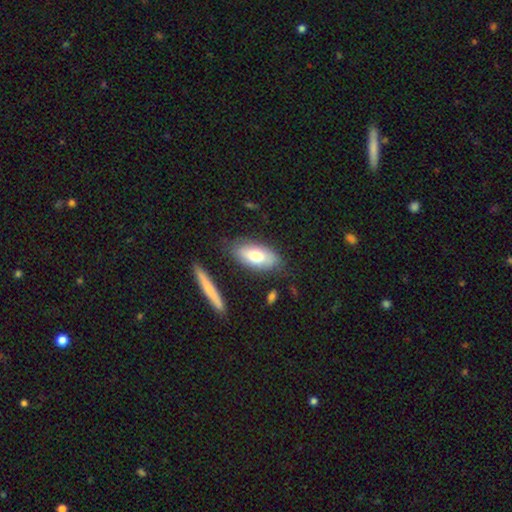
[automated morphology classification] Smooth or featured?
  - smooth: 68% *
  - featured or disk: 26%
  - star or artifact: 6%
How rounded?
  - in between: 86% *
  - cigar-shaped: 11%
  - round: 3%
Merging?
  - none: 76% *
  - minor disturbance: 16%
  - major disturbance: 4%
  - merger: 4%